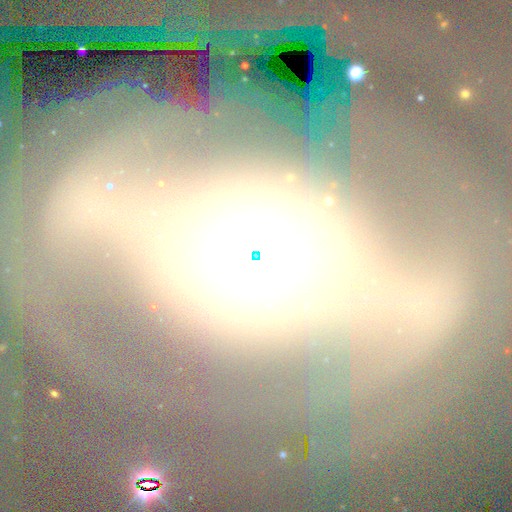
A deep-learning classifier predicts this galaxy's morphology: Smooth or featured? featured or disk (59%)
Edge-on disk? no (75%)
Merging? none (79%)